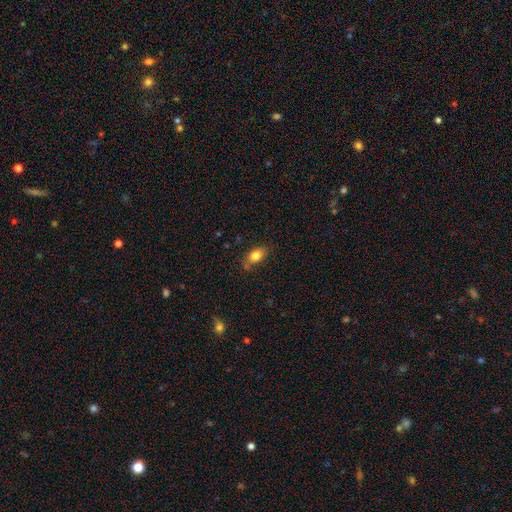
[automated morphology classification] The model was most divided on "merging": none: 69%, minor disturbance: 23%, major disturbance: 5%, merger: 3%. More confident: how rounded — in between (85%); smooth or featured — smooth (82%).